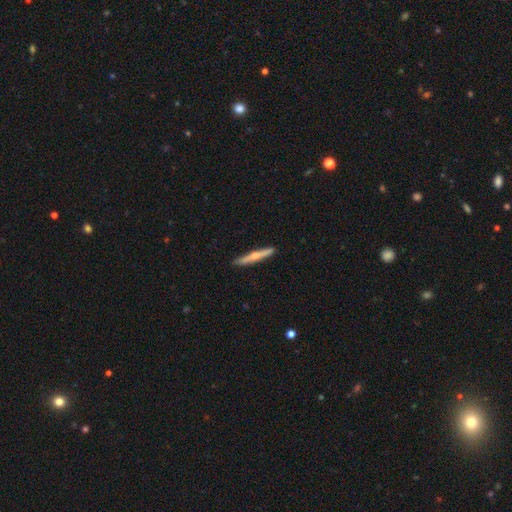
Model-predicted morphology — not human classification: A featured or disk galaxy (54%) viewed edge-on (96%) with a rounded central bulge (79%).

Vote fractions:
- Smooth or featured? featured or disk: 54% / smooth: 41% / star or artifact: 5%
- Edge-on disk? yes: 96% / no: 4%
- Edge-on bulge? rounded: 79% / none: 17% / boxy: 4%
- Merging? none: 89% / minor disturbance: 8% / major disturbance: 1% / merger: 1%